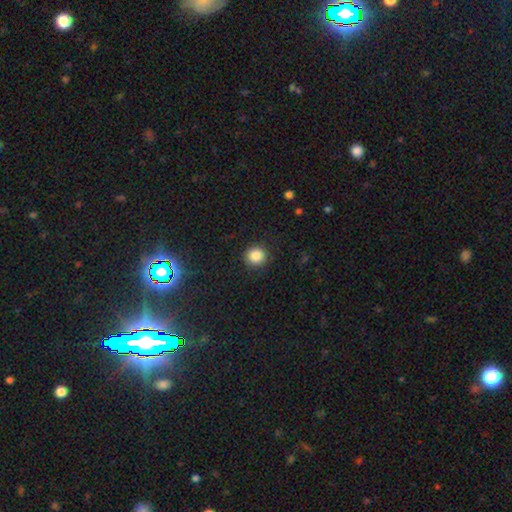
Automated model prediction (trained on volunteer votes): Smooth or featured? Predicted: smooth (p=0.85). How rounded? Predicted: round (p=0.91). Merging? Predicted: none (p=0.90).